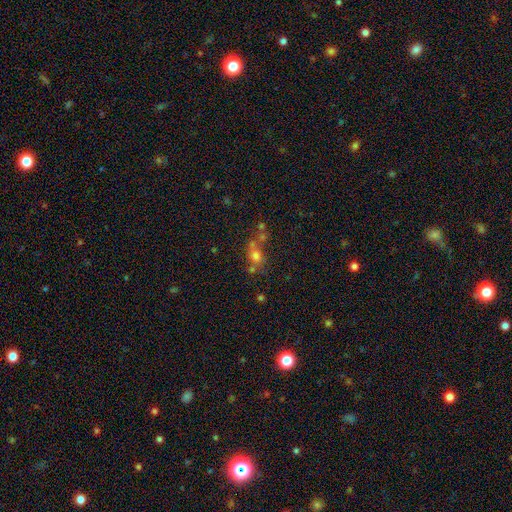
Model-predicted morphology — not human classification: smooth_or_featured: smooth (p=0.62) [alt: star or artifact p=0.20]
how_rounded: round (p=0.54) [alt: in between p=0.42]
merging: none (p=0.41) [alt: merger p=0.35]